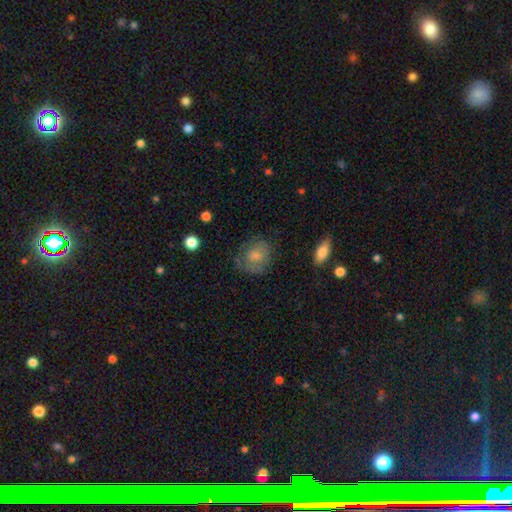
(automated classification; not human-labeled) smooth_or_featured: smooth (p=0.55) [alt: featured or disk p=0.33]
how_rounded: round (p=0.64) [alt: in between p=0.35]
merging: none (p=0.67) [alt: minor disturbance p=0.21]